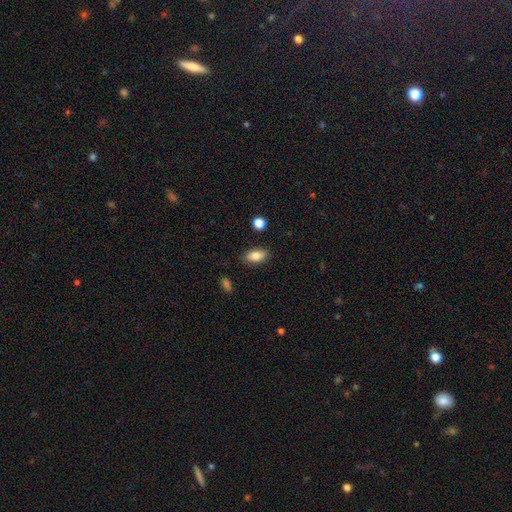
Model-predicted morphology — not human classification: The model was most divided on "smooth or featured": smooth: 82%, featured or disk: 10%, star or artifact: 8%. More confident: how rounded — in between (89%); merging — none (86%).